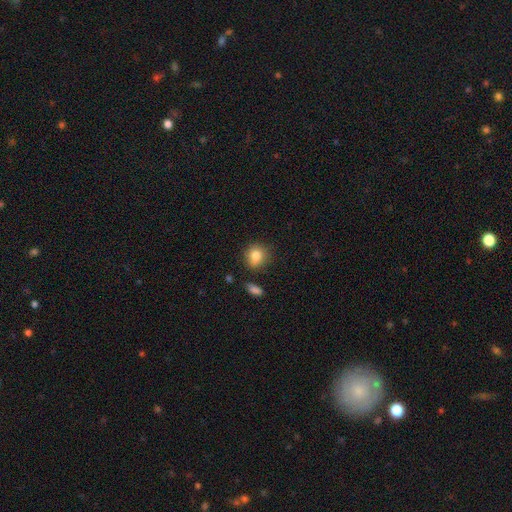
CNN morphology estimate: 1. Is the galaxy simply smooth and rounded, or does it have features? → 83% smooth, 9% star or artifact, 7% featured or disk.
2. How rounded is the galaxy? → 79% round, 19% in between, 1% cigar-shaped.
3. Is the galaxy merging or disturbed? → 76% none, 16% minor disturbance, 4% merger, 4% major disturbance.